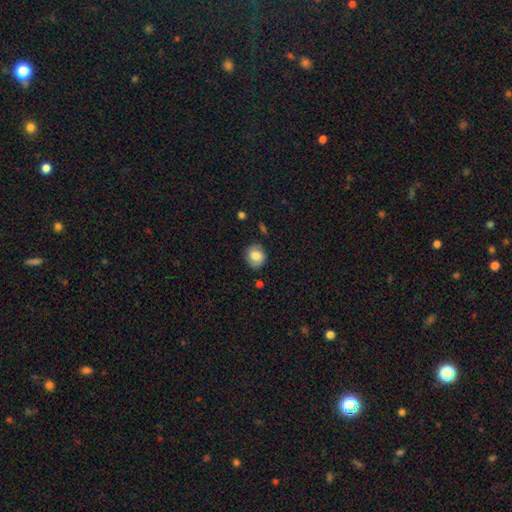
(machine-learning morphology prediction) Q: Smooth or featured?
A: smooth (82%); runner-up: featured or disk (10%)
Q: How rounded?
A: round (76%); runner-up: in between (23%)
Q: Merging?
A: none (82%); runner-up: minor disturbance (13%)